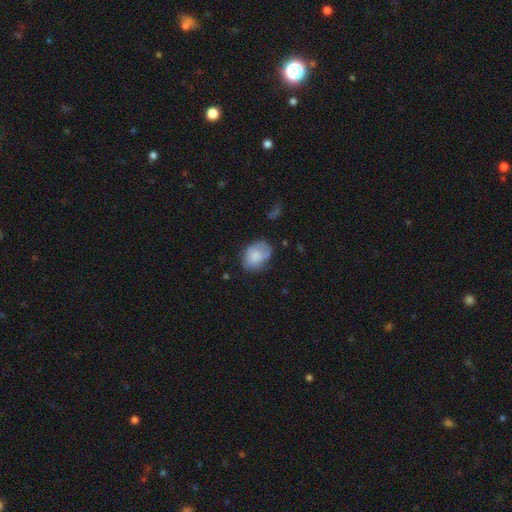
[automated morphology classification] type=smooth (78%); roundness=in between (71%); merging=none (59%).